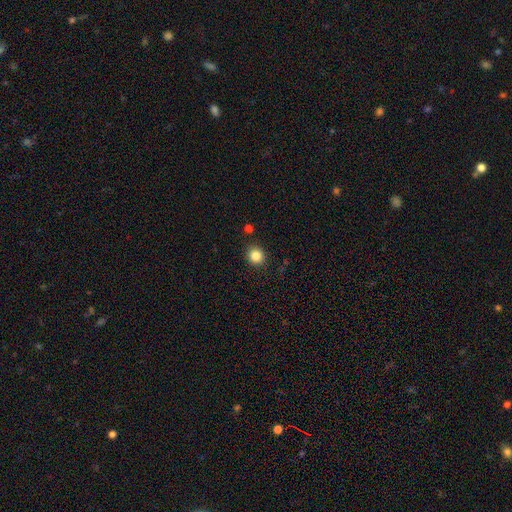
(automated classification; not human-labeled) This appears to be a smooth galaxy with no disk features (84%) that is round (89%). Merging: none (90%).